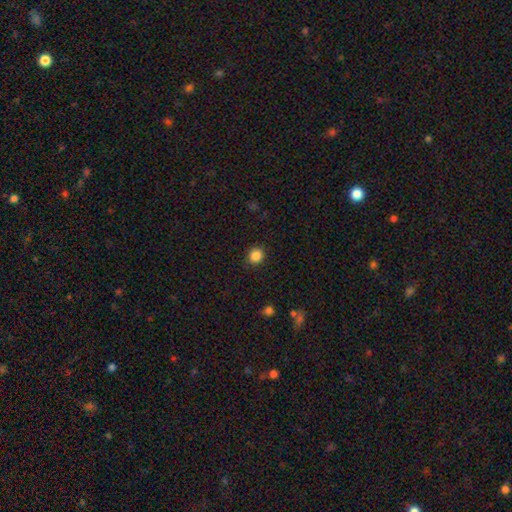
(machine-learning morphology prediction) smooth-or-featured: smooth: 86% | star or artifact: 11% | featured or disk: 3%
  how-rounded: round: 83% | in between: 17% | cigar-shaped: 1%
  merging: none: 90% | minor disturbance: 7% | major disturbance: 2% | merger: 1%